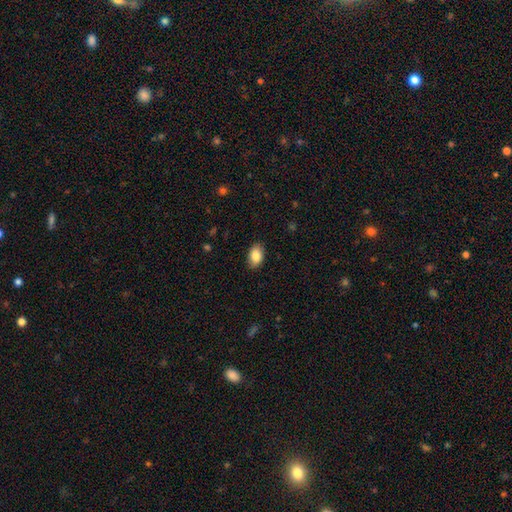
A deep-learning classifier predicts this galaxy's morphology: Smooth or featured? Predicted: smooth (p=0.85). How rounded? Predicted: in between (p=0.90). Merging? Predicted: none (p=0.88).